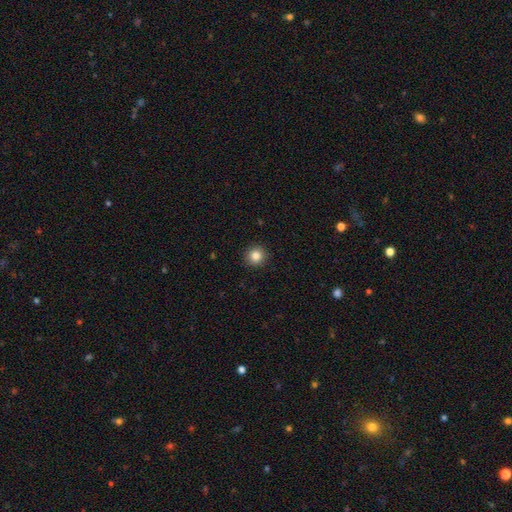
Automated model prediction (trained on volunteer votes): Smooth or featured: smooth — 84% (star or artifact — 11%)
How rounded: round — 94% (in between — 5%)
Merging: none — 93% (minor disturbance — 5%)